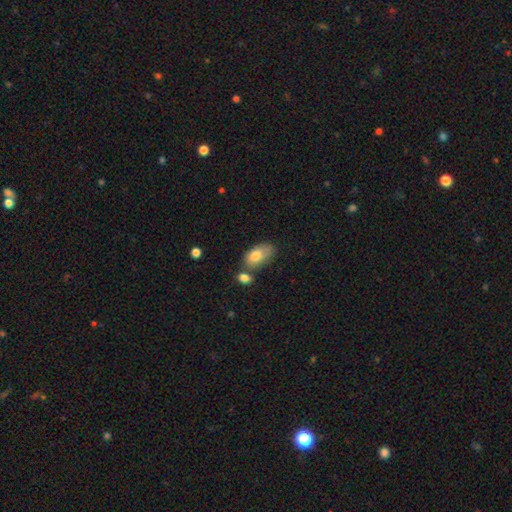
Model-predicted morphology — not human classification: A smooth galaxy with no disk features (79%) that is in between round and cigar-shaped (92%).

Vote fractions:
- Smooth or featured? smooth: 79% / featured or disk: 14% / star or artifact: 7%
- How rounded? in between: 92% / round: 5% / cigar-shaped: 2%
- Merging? none: 45% / minor disturbance: 25% / merger: 22% / major disturbance: 9%